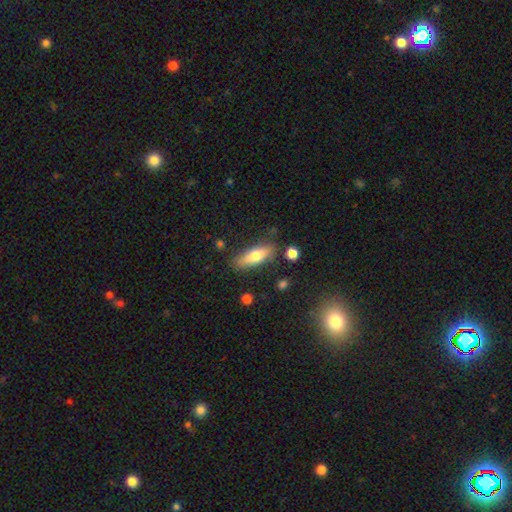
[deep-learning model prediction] Smooth or featured? smooth (68%)
How rounded? in between (54%)
Merging? none (79%)